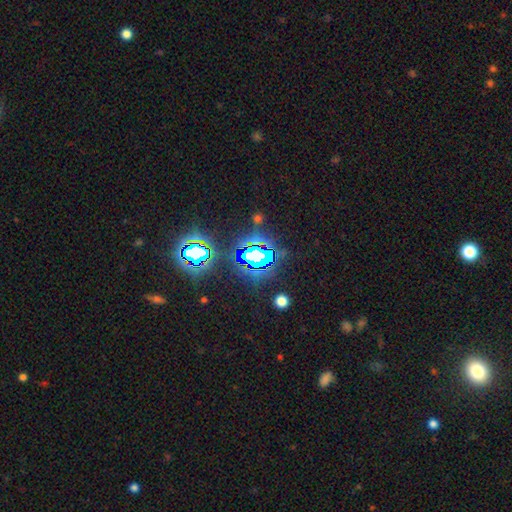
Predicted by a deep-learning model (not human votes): A star or artifact, not a galaxy (70%).